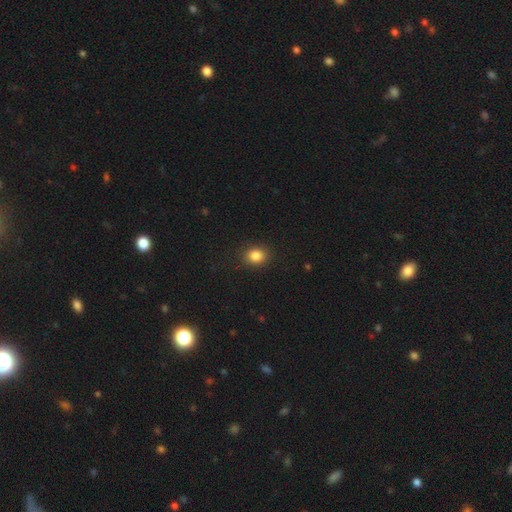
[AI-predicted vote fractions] Morphology: type=smooth (84%); roundness=round (57%); merging=none (88%).